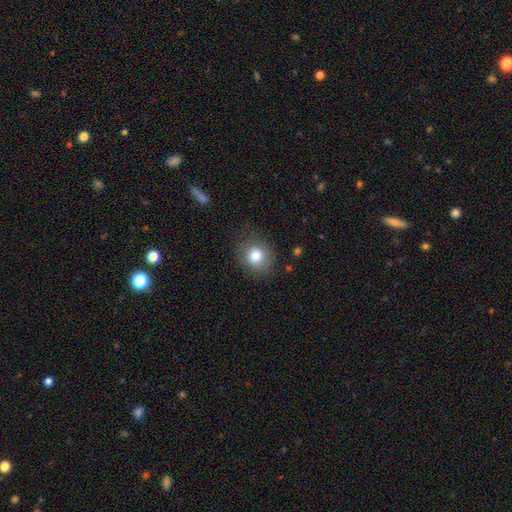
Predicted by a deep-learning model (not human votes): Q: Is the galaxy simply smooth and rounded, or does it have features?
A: smooth — 80%.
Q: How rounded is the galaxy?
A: round — 75%.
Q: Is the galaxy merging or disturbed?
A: none — 82%.